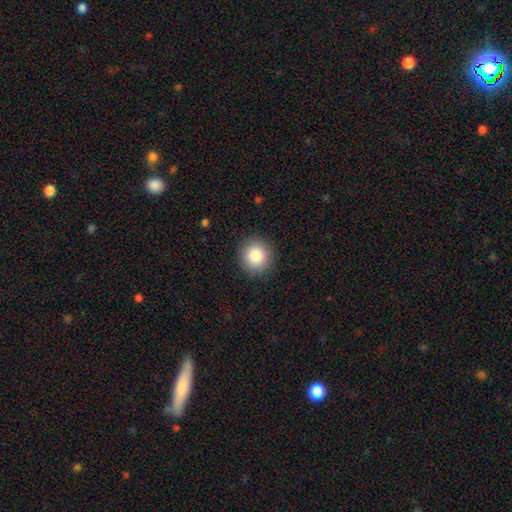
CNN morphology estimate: type=smooth (86%); roundness=round (93%); merging=none (91%).